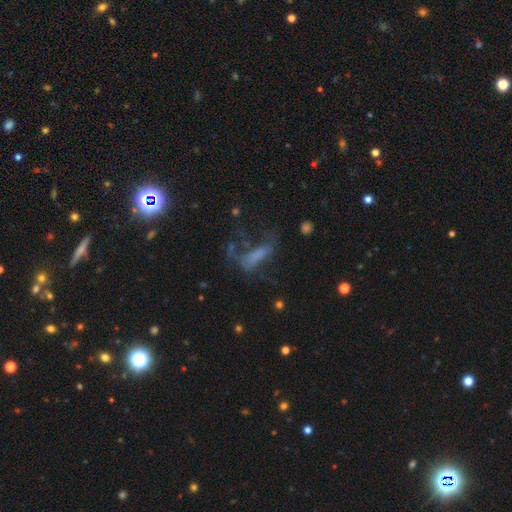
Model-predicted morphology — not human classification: Overall: smooth (41%; featured or disk 38%). Merging: major disturbance (42%; none 33%).